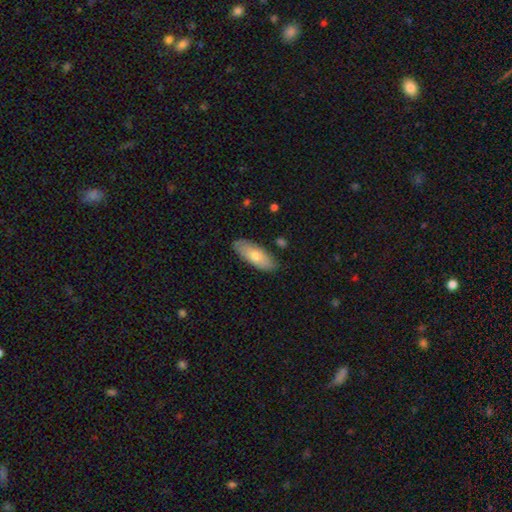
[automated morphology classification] Smooth or featured: smooth — 69% (featured or disk — 25%)
How rounded: in between — 75% (cigar-shaped — 23%)
Merging: none — 83% (minor disturbance — 13%)